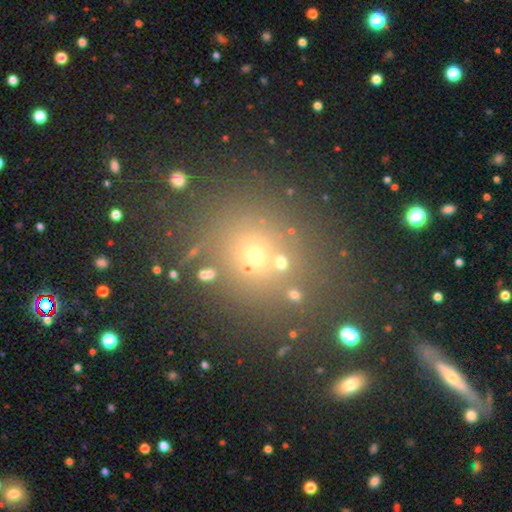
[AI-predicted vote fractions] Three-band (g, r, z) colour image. It shows a smooth galaxy with no disk features (56%) that is round (78%). Merging: none (74%).